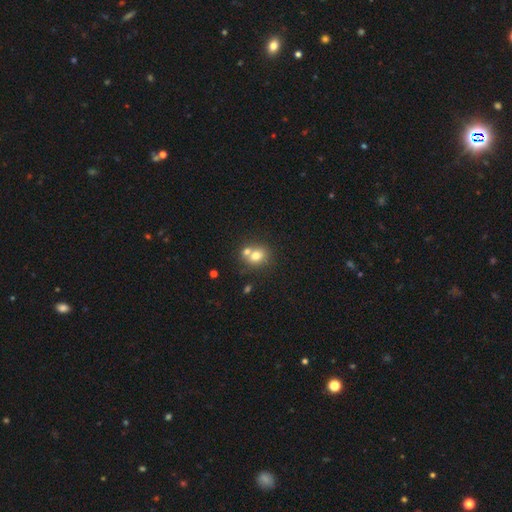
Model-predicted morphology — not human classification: Smooth or featured: smooth — 74% (featured or disk — 15%)
How rounded: round — 67% (in between — 32%)
Merging: none — 46% (merger — 42%)